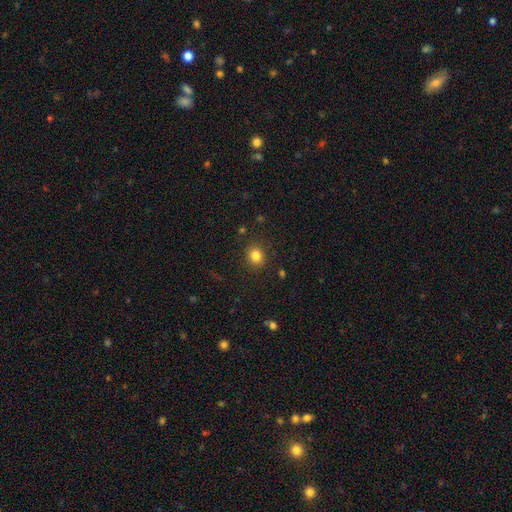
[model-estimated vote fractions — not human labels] The model was most divided on "how rounded": round: 76%, in between: 23%, cigar-shaped: 1%. More confident: merging — none (88%); smooth or featured — smooth (83%).